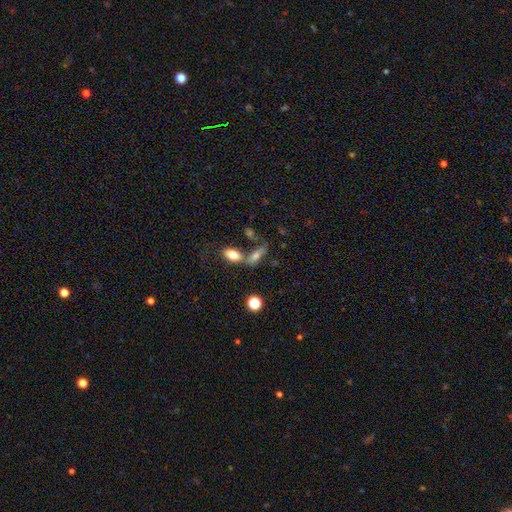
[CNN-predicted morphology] smooth_or_featured: smooth (p=0.62) [alt: featured or disk p=0.26]
how_rounded: in between (p=0.60) [alt: cigar-shaped p=0.34]
merging: none (p=0.43) [alt: merger p=0.37]